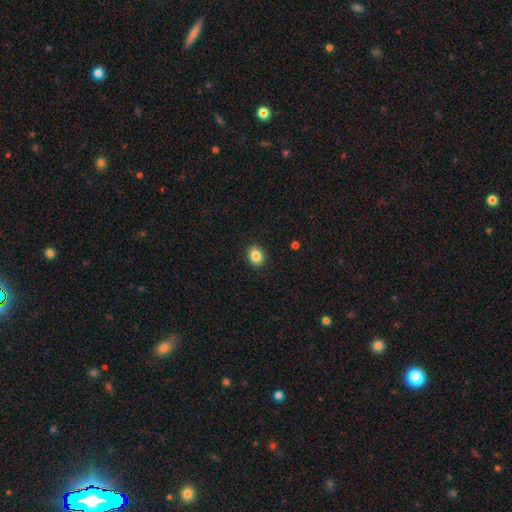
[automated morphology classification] Smooth or featured? Predicted: smooth (p=0.85). How rounded? Predicted: round (p=0.55). Merging? Predicted: none (p=0.91).